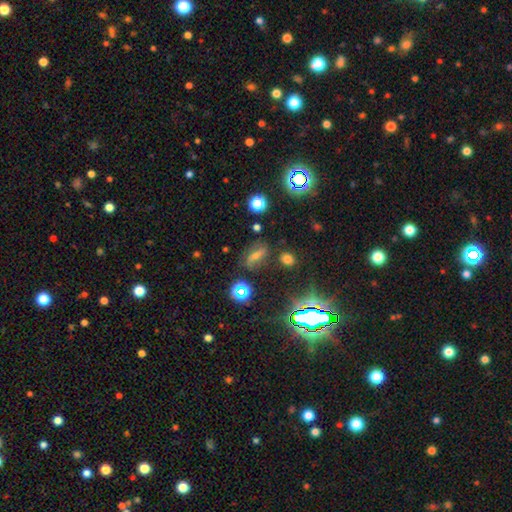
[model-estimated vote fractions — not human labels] A smooth galaxy with no disk features (41%). Merging: none (65%).